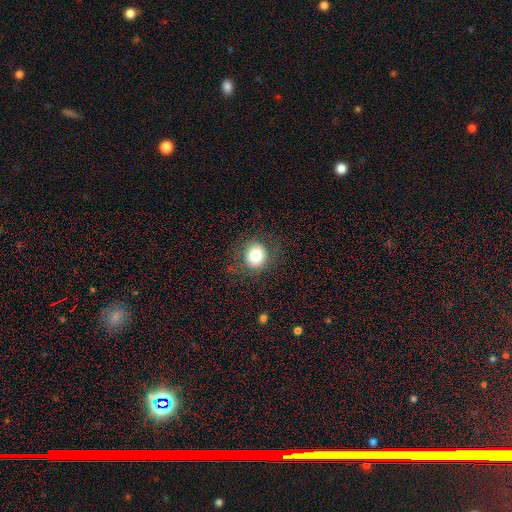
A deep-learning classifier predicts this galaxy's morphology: A smooth galaxy with no disk features (79%) that is round (82%). Merging: none (82%).